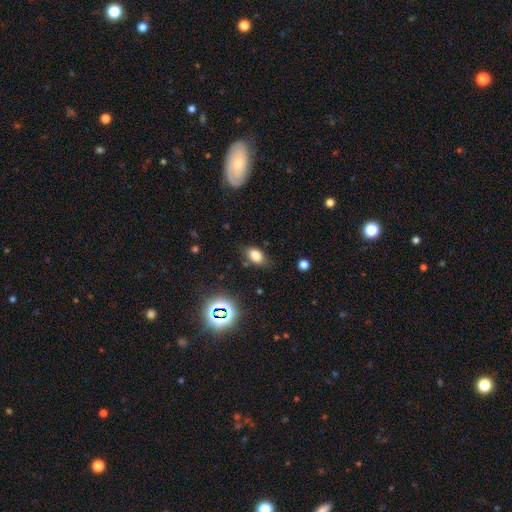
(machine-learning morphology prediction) smooth_or_featured: smooth (p=0.76) [alt: star or artifact p=0.15]
how_rounded: in between (p=0.83) [alt: round p=0.14]
merging: none (p=0.76) [alt: minor disturbance p=0.17]